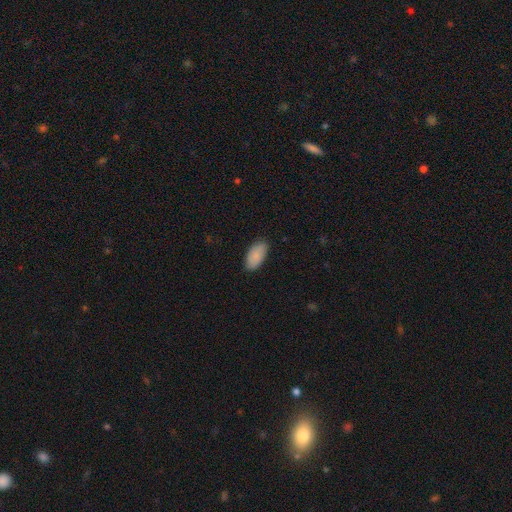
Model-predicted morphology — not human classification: A smooth galaxy with no disk features (88%) that is in between round and cigar-shaped (94%).

Vote fractions:
- Smooth or featured? smooth: 88% / star or artifact: 6% / featured or disk: 6%
- How rounded? in between: 94% / cigar-shaped: 4% / round: 2%
- Merging? none: 86% / minor disturbance: 11% / major disturbance: 2% / merger: 1%